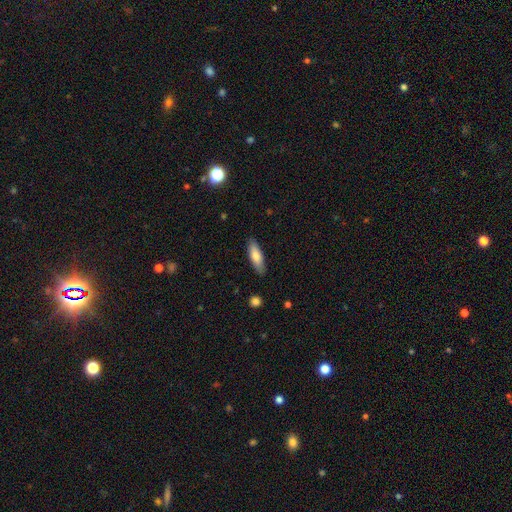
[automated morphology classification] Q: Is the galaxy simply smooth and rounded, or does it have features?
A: smooth — 76%.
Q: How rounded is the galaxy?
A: cigar-shaped — 50%.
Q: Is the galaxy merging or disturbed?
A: none — 87%.